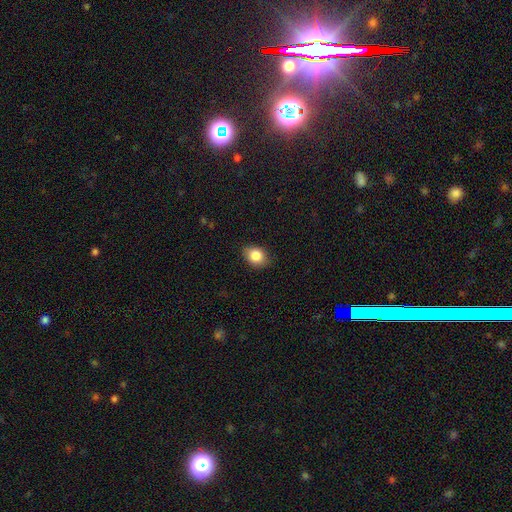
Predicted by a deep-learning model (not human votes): Smooth or featured?
  - smooth: 85% *
  - star or artifact: 9%
  - featured or disk: 7%
How rounded?
  - in between: 60% *
  - round: 39%
  - cigar-shaped: 1%
Merging?
  - none: 83% *
  - minor disturbance: 13%
  - major disturbance: 3%
  - merger: 1%